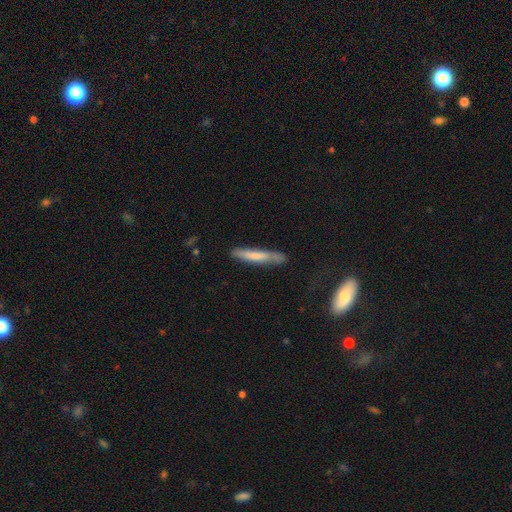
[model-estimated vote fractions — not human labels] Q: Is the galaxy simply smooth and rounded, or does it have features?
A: smooth — 67%.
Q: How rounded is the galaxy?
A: cigar-shaped — 93%.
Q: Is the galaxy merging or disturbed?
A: none — 70%.